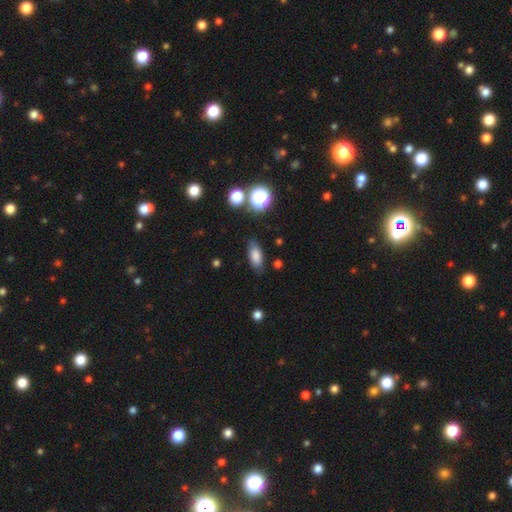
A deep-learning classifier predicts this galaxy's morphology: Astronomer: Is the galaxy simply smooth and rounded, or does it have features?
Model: smooth — 81%.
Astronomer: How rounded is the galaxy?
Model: in between — 83%.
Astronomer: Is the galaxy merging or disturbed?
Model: none — 82%.